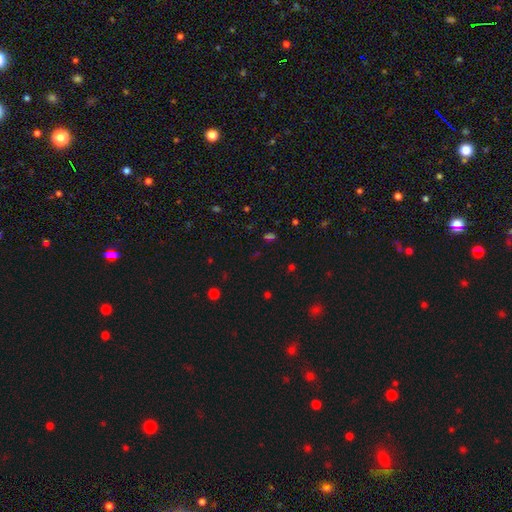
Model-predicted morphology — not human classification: Q: Smooth or featured?
A: star or artifact (57%); runner-up: smooth (36%)